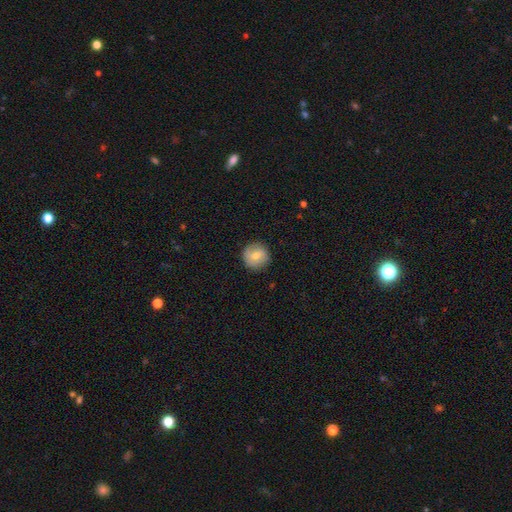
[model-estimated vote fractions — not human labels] Smooth or featured? Predicted: smooth (p=0.71). How rounded? Predicted: round (p=0.95). Merging? Predicted: none (p=0.89).